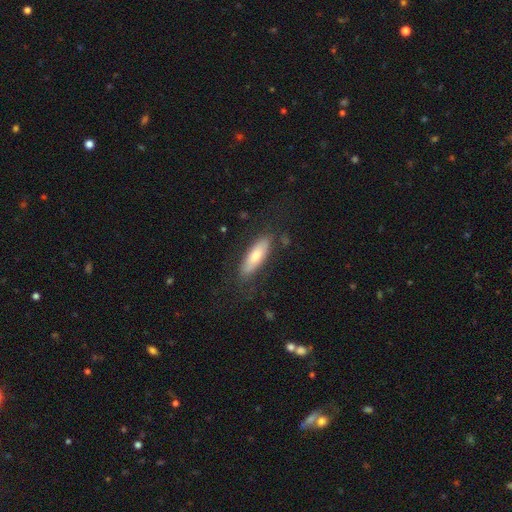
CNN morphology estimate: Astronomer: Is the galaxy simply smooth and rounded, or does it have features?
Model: smooth — 67%.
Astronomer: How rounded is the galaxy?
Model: cigar-shaped — 51% (runner-up: in between, 47%).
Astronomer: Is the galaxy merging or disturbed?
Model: none — 77%.